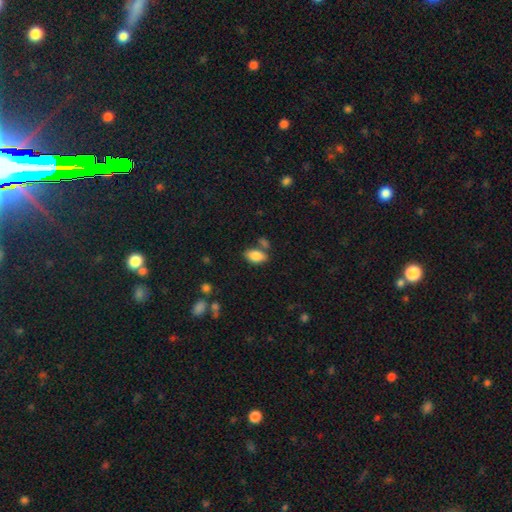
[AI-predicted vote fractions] Smooth or featured: smooth — 85% (star or artifact — 8%)
How rounded: in between — 92% (round — 5%)
Merging: none — 66% (merger — 16%)